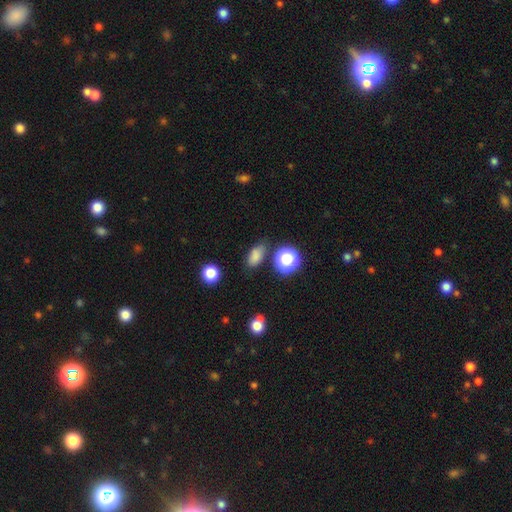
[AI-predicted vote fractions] This appears to be a smooth galaxy with no disk features (78%) that is in between round and cigar-shaped (81%). Merging: none (76%).